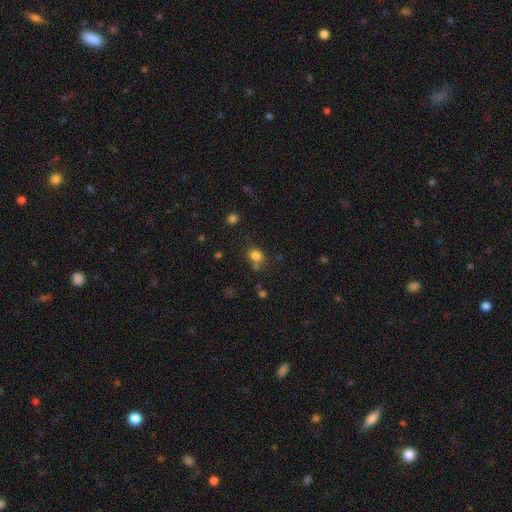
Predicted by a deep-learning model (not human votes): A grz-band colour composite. It shows a smooth galaxy with no disk features (80%) that is round (73%). Merging: none (66%).